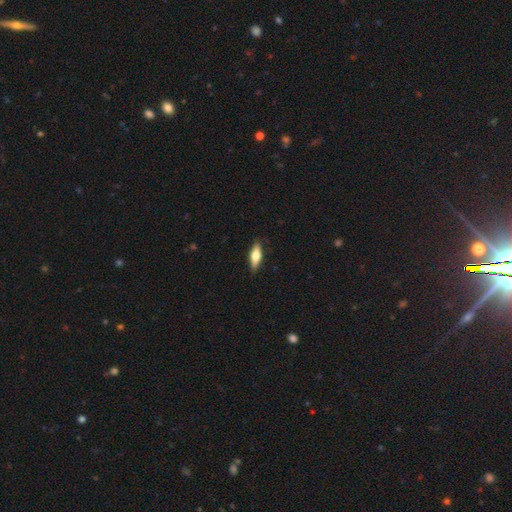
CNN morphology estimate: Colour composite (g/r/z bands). It shows a smooth galaxy with no disk features (58%) that is in between round and cigar-shaped (56%). Merging: none (88%).